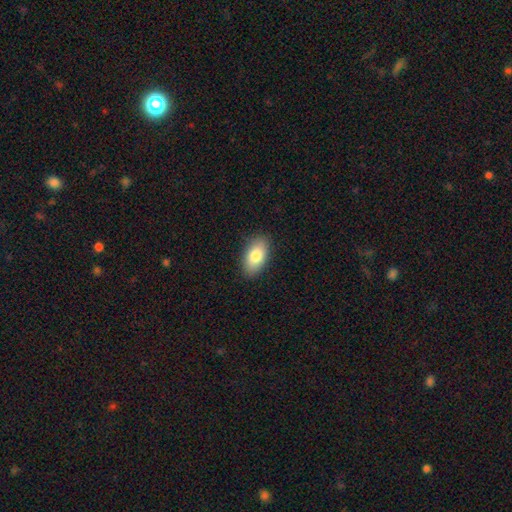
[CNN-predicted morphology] smooth 83%, featured or disk 11%, star or artifact 7%. Down the decision tree: how rounded — in between (94%); merging — none (88%).